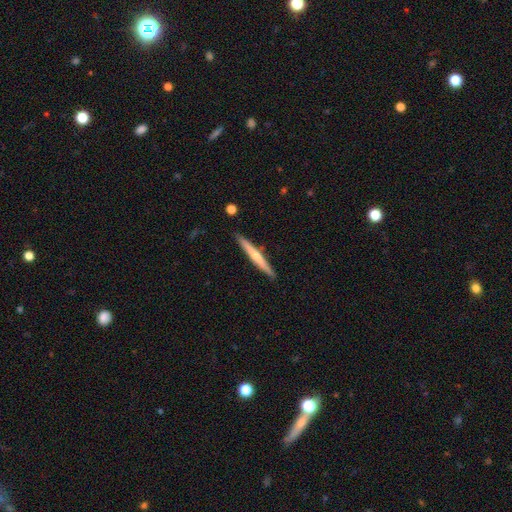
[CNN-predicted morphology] smooth-or-featured: featured or disk: 52% | smooth: 43% | star or artifact: 5%
  disk-edge-on: yes: 97% | no: 3%
    edge-on-bulge: rounded: 61% | none: 34% | boxy: 5%
  merging: none: 89% | minor disturbance: 8% | merger: 2% | major disturbance: 1%